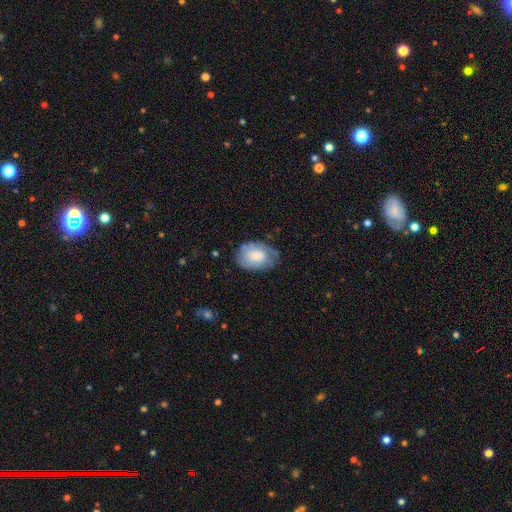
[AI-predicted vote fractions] A smooth galaxy with no disk features (56%) that is in between round and cigar-shaped (78%).

Vote fractions:
- Smooth or featured? smooth: 56% / featured or disk: 36% / star or artifact: 7%
- How rounded? in between: 78% / round: 21% / cigar-shaped: 1%
- Merging? none: 63% / minor disturbance: 26% / major disturbance: 8% / merger: 2%